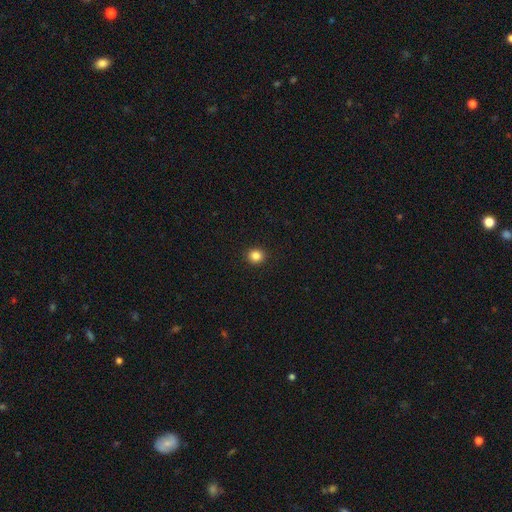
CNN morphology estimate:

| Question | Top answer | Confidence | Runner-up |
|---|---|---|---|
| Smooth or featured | smooth | 85% | star or artifact (11%) |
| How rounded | round | 90% | in between (9%) |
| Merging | none | 93% | minor disturbance (4%) |